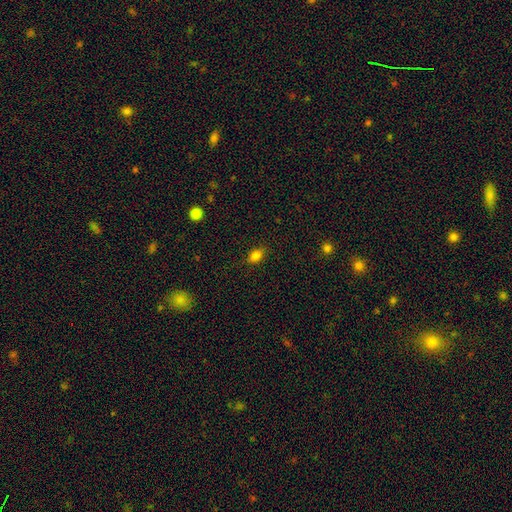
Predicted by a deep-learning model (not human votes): Q: Smooth or featured?
A: smooth (82%); runner-up: star or artifact (12%)
Q: How rounded?
A: in between (78%); runner-up: round (19%)
Q: Merging?
A: none (83%); runner-up: minor disturbance (13%)